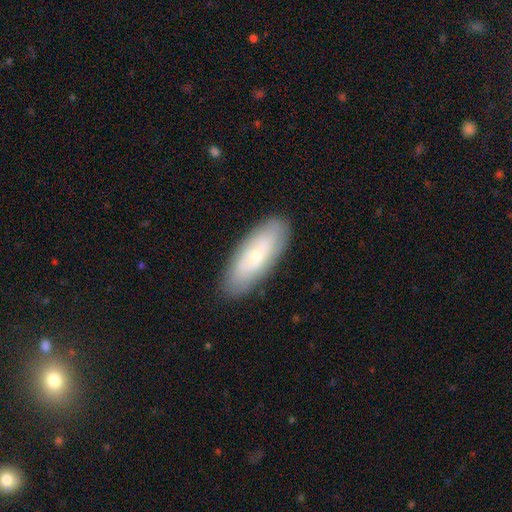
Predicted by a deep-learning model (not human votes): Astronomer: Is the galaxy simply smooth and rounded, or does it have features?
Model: smooth — 54% (runner-up: featured or disk, 40%).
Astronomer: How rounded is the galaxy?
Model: in between — 72%.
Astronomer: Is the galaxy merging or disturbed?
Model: none — 85%.